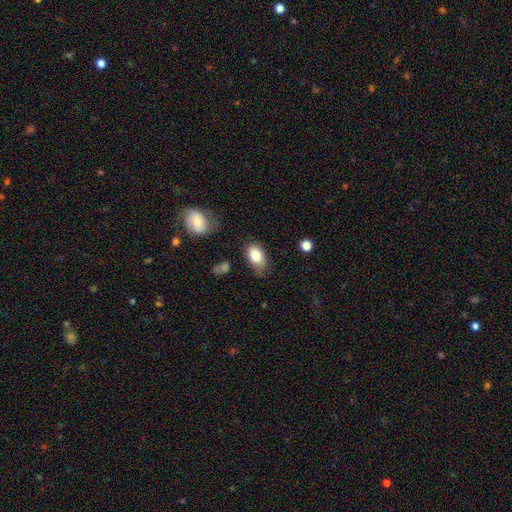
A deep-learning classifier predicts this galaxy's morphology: smooth-or-featured: smooth: 80% | featured or disk: 12% | star or artifact: 8%
  how-rounded: in between: 89% | round: 10% | cigar-shaped: 2%
  merging: none: 61% | minor disturbance: 29% | major disturbance: 7% | merger: 3%